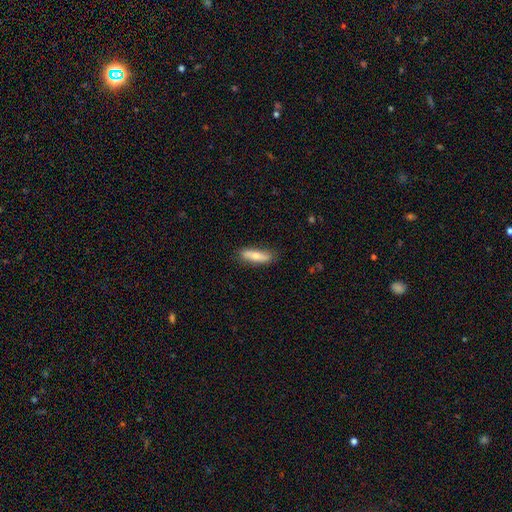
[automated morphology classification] Overall: smooth (69%). How rounded: cigar-shaped (67%; in between 31%). Merging: none (84%).